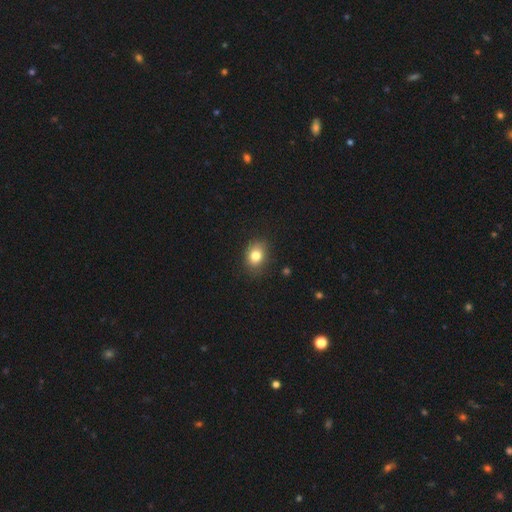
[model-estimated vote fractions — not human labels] Morphology: type=smooth (81%); roundness=in between (60%); merging=none (82%).